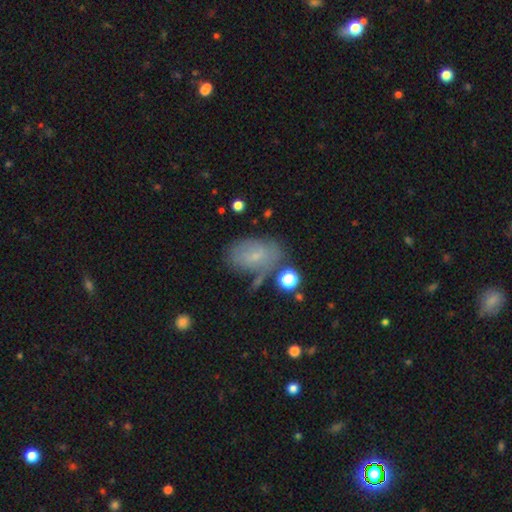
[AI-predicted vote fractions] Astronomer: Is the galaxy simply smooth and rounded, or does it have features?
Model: smooth — 50% (runner-up: featured or disk, 38%).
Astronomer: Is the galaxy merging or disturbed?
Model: none — 54%.